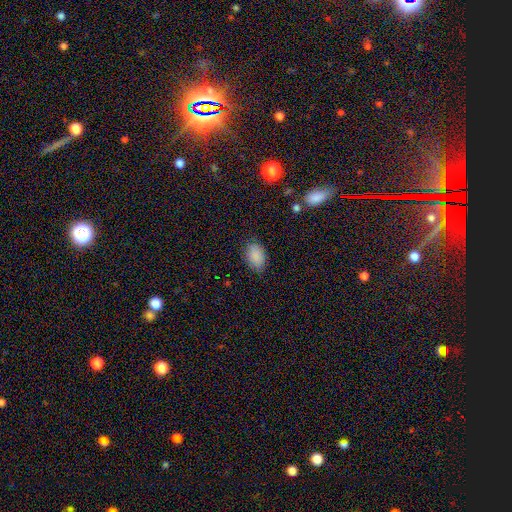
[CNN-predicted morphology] Smooth or featured: smooth — 87% (star or artifact — 8%)
How rounded: in between — 86% (round — 13%)
Merging: none — 76% (minor disturbance — 19%)